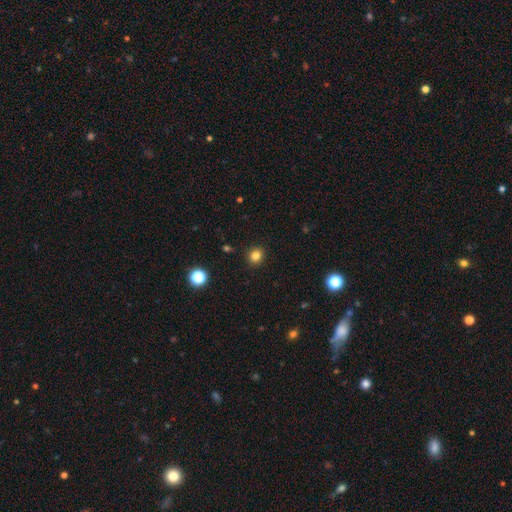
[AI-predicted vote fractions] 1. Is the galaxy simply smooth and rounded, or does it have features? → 82% smooth, 13% star or artifact, 5% featured or disk.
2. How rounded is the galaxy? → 87% round, 12% in between, 1% cigar-shaped.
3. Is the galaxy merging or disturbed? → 91% none, 6% minor disturbance, 2% major disturbance, 1% merger.